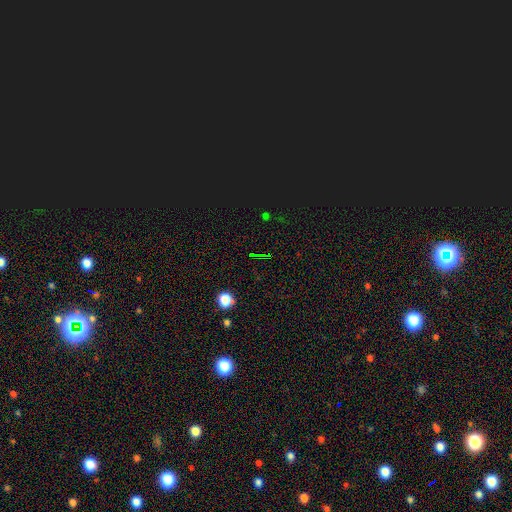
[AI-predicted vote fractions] This appears to be a star or artifact, not a galaxy (74%).